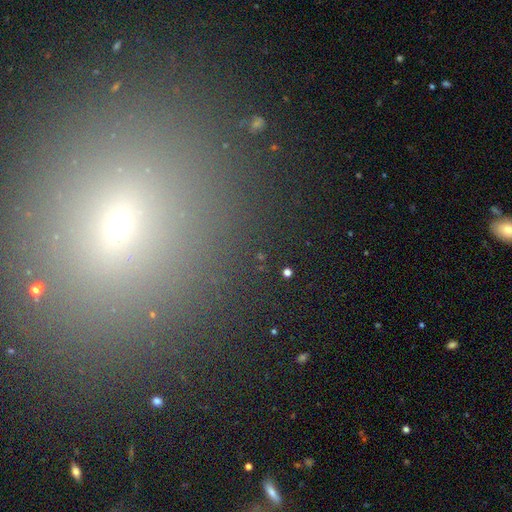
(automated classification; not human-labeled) Smooth or featured? Predicted: smooth (p=0.51). How rounded? Predicted: round (p=0.57). Merging? Predicted: none (p=0.87).